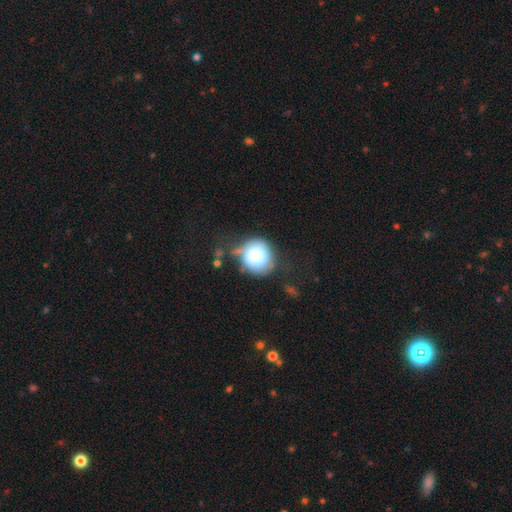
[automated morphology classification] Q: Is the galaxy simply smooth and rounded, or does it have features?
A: smooth — 78%.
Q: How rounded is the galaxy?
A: round — 89%.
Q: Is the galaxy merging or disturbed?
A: none — 45%.